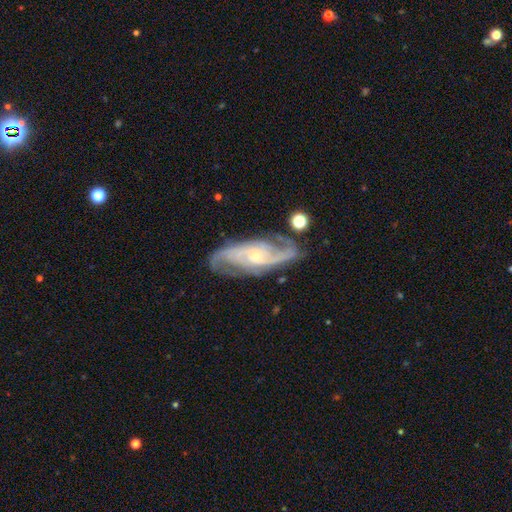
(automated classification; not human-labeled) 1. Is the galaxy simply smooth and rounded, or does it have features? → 89% featured or disk, 6% smooth, 5% star or artifact.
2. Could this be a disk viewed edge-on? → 93% no, 7% yes.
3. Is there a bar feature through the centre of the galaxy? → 60% no, 30% weak, 10% strong.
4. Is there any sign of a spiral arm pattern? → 97% yes, 3% no.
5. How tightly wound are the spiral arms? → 50% medium, 32% tight, 17% loose.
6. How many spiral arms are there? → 64% 2, 15% 3, 10% can't tell, 4% 4, 3% 1, 3% more than 4.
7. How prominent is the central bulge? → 70% small, 25% moderate, 2% none, 2% large, 1% dominant.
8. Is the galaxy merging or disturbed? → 73% none, 17% minor disturbance, 7% major disturbance, 3% merger.